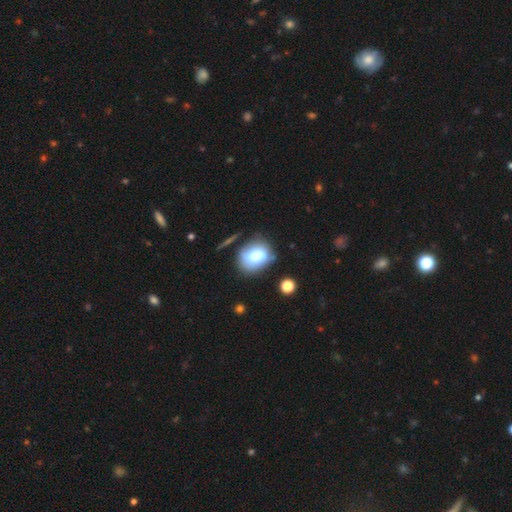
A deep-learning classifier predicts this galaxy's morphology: This is likely a smooth galaxy (78%). How rounded: possibly in between (52%). Merging: likely none (65%).